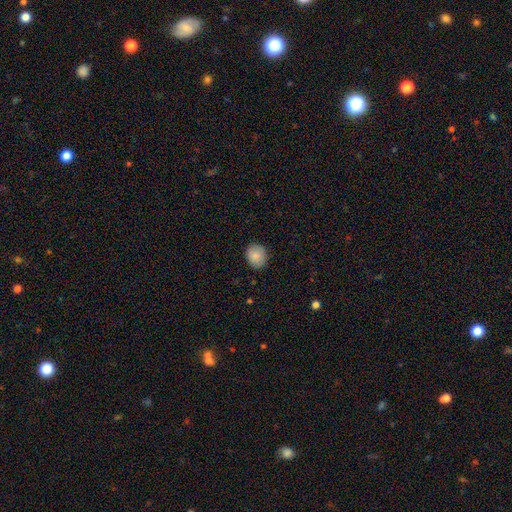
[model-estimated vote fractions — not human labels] smooth-or-featured: smooth: 87% | star or artifact: 8% | featured or disk: 5%
  how-rounded: round: 65% | in between: 34% | cigar-shaped: 1%
  merging: none: 87% | minor disturbance: 10% | major disturbance: 2% | merger: 1%